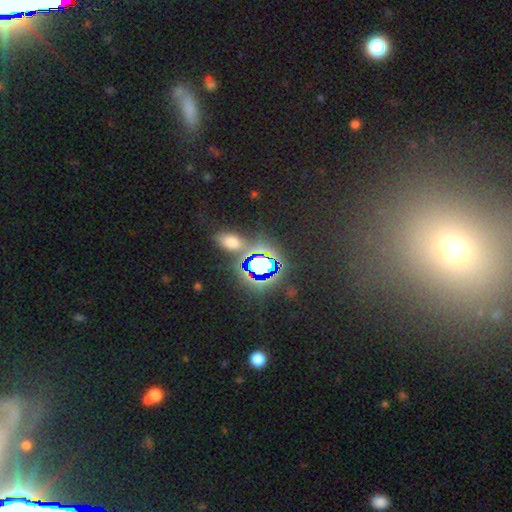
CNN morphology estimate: Smooth or featured? Predicted: star or artifact (p=0.68).